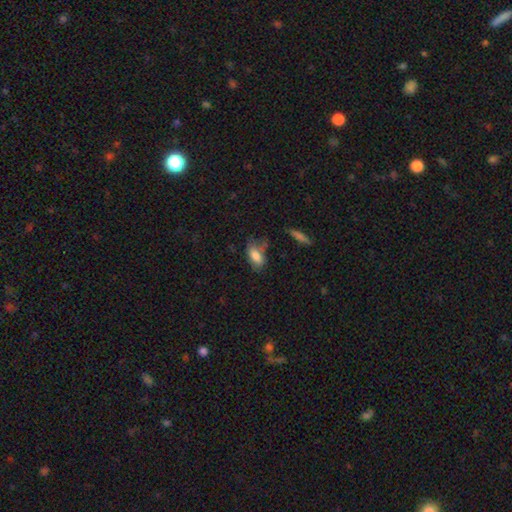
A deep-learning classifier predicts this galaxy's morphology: smooth_or_featured: smooth (p=0.79) [alt: featured or disk p=0.12]
how_rounded: in between (p=0.86) [alt: cigar-shaped p=0.09]
merging: none (p=0.49) [alt: minor disturbance p=0.30]